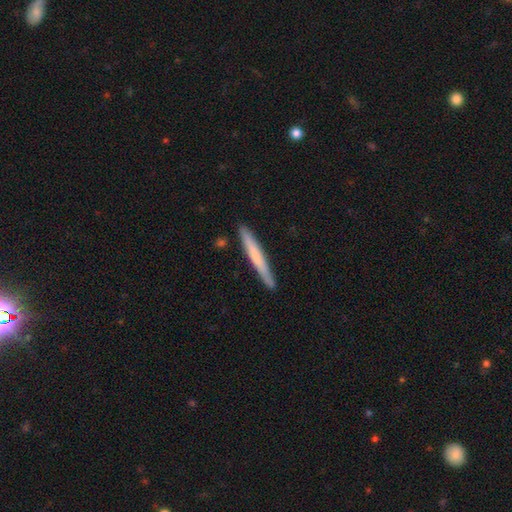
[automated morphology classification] Smooth or featured: smooth — 61% (featured or disk — 34%)
How rounded: cigar-shaped — 97% (in between — 2%)
Merging: none — 89% (minor disturbance — 8%)